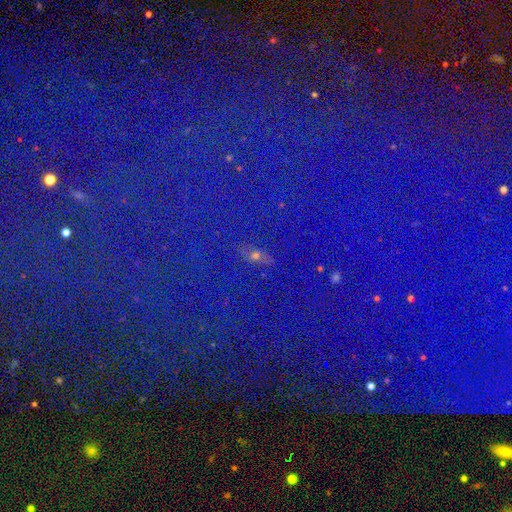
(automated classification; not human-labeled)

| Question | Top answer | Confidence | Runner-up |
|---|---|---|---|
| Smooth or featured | star or artifact | 49% | smooth (33%) |